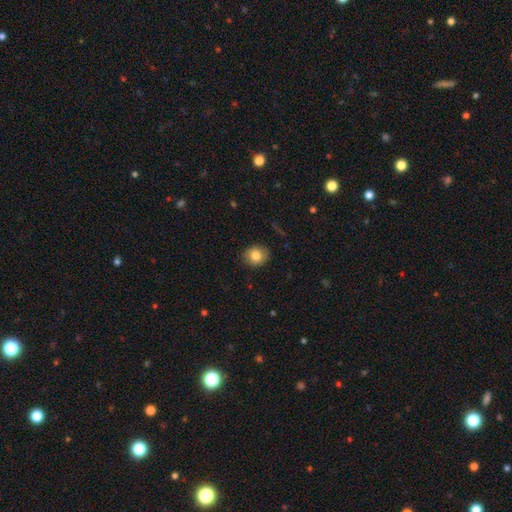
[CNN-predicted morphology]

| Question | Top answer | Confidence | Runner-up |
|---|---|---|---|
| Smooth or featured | smooth | 82% | featured or disk (9%) |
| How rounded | round | 67% | in between (32%) |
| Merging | none | 87% | minor disturbance (10%) |